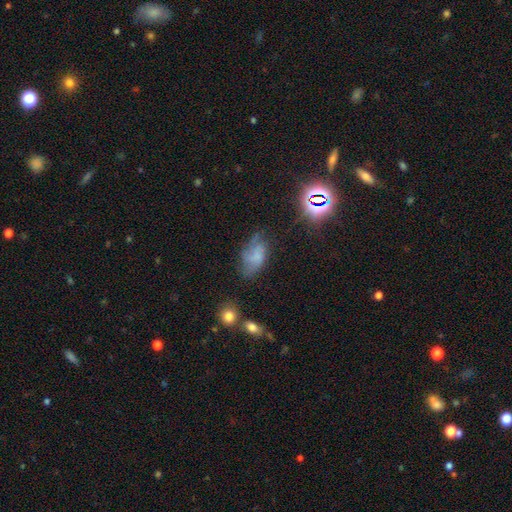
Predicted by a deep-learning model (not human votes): Smooth or featured: smooth — 48% (featured or disk — 37%)
Merging: none — 45% (minor disturbance — 30%)